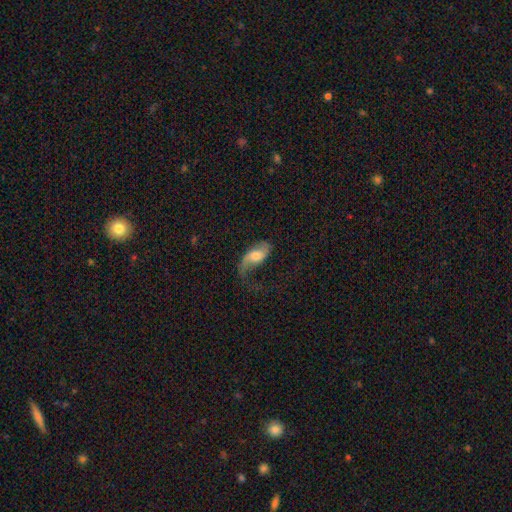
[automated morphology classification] Smooth or featured: featured or disk — 59% (smooth — 34%)
Edge-on disk: no — 93% (yes — 7%)
Bar: no — 57% (weak — 33%)
Spiral arms: yes — 86% (no — 14%)
Bulge size: moderate — 59% (small — 26%)
Merging: none — 37% (tied with major disturbance — 37%)